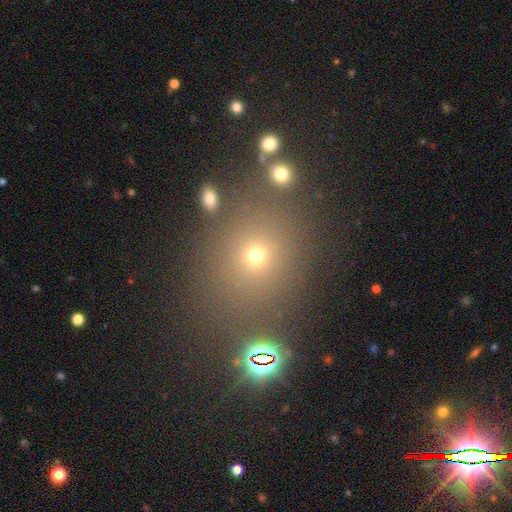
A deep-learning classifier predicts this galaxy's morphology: A smooth galaxy with no disk features (55%) that is round (77%). Merging: none (81%).